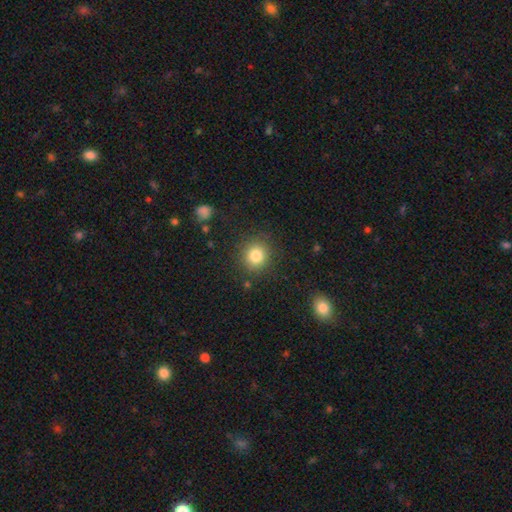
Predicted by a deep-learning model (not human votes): Smooth or featured: smooth — 82% (star or artifact — 11%)
How rounded: round — 88% (in between — 11%)
Merging: none — 87% (minor disturbance — 8%)